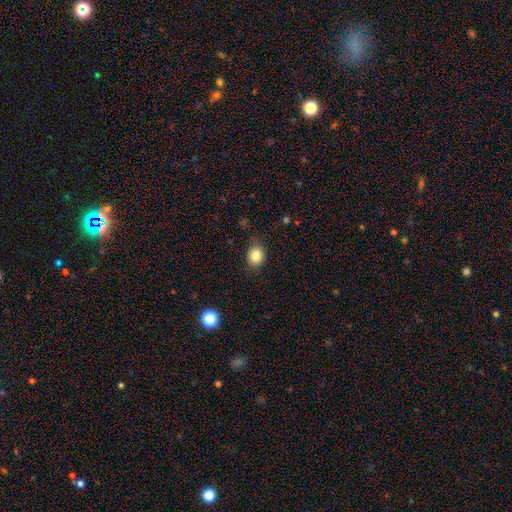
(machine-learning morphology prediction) This is clearly a smooth galaxy (84%). How rounded: likely round (64%). Merging: clearly none (82%).